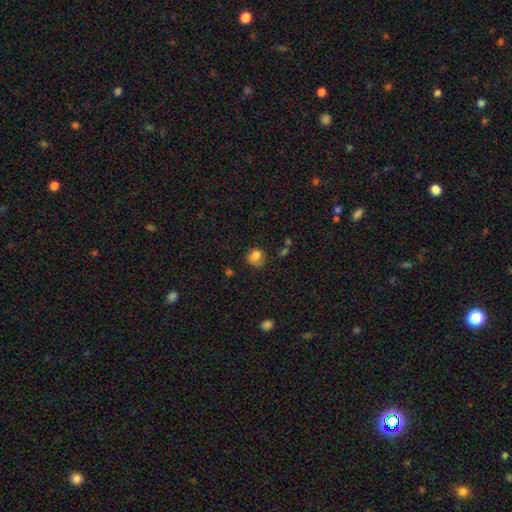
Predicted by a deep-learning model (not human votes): Smooth or featured? Predicted: smooth (p=0.80). How rounded? Predicted: round (p=0.68). Merging? Predicted: none (p=0.54).